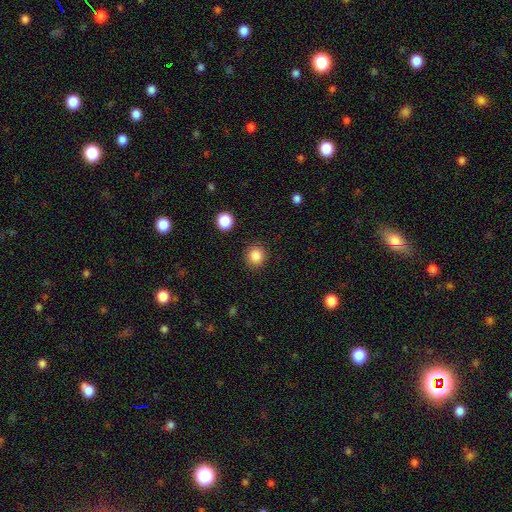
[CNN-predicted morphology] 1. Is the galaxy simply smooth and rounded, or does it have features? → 86% smooth, 10% star or artifact, 4% featured or disk.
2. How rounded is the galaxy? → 92% round, 7% in between, 1% cigar-shaped.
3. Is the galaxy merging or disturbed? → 89% none, 7% minor disturbance, 3% major disturbance, 2% merger.